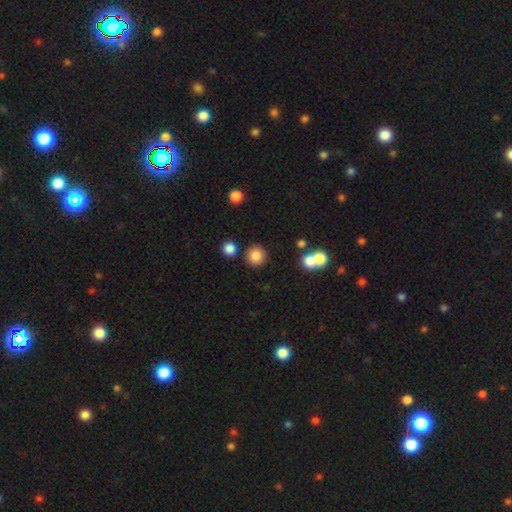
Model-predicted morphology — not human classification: Smooth or featured: smooth — 83% (star or artifact — 11%)
How rounded: round — 93% (in between — 6%)
Merging: none — 84% (minor disturbance — 7%)